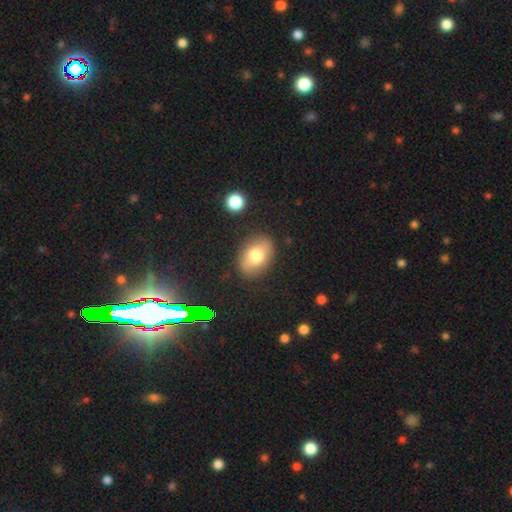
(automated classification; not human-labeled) Overall: smooth (73%). How rounded: in between (77%). Merging: none (84%).